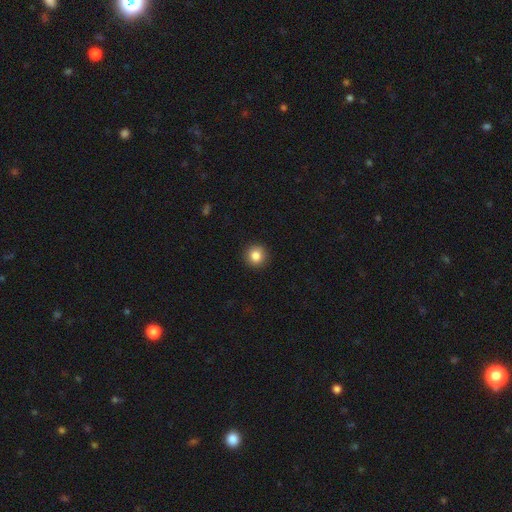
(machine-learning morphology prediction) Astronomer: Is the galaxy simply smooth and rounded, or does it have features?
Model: smooth — 85%.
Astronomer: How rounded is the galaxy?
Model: round — 93%.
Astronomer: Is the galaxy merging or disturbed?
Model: none — 92%.